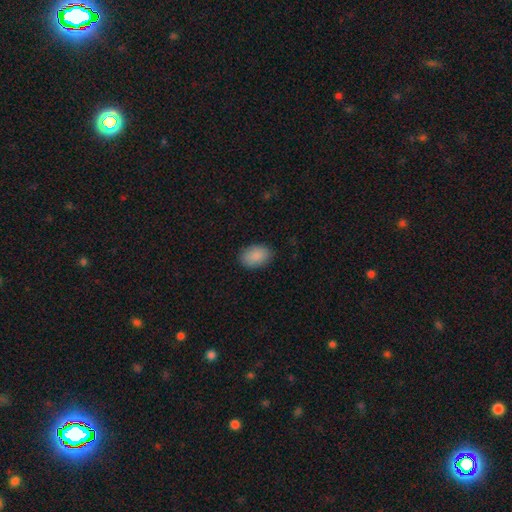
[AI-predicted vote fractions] This appears to be a smooth galaxy with no disk features (89%) that is in between round and cigar-shaped (83%). Merging: none (86%).